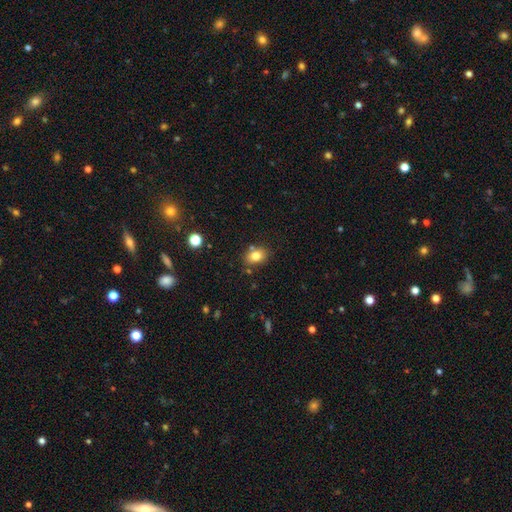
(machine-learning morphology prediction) The model was most divided on "how rounded": in between: 67%, round: 32%, cigar-shaped: 1%. More confident: smooth or featured — smooth (81%); merging — none (76%).